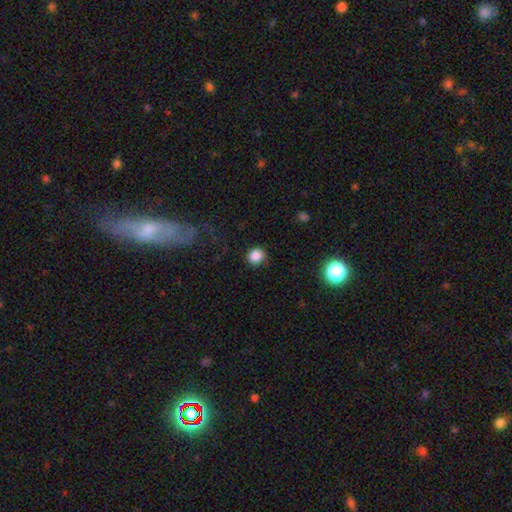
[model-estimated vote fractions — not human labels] smooth 86%, star or artifact 10%, featured or disk 3%. Down the decision tree: how rounded — round (85%); merging — none (85%).